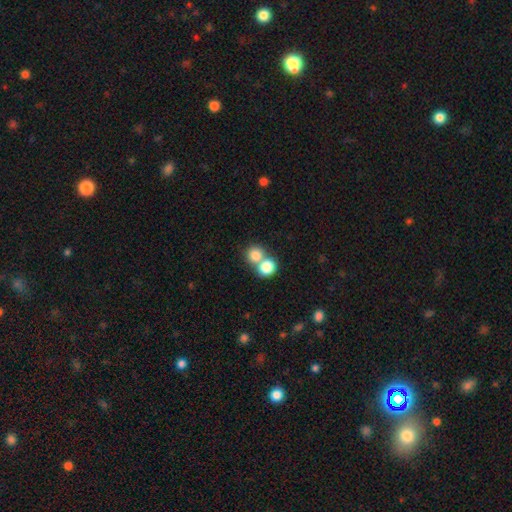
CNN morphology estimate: smooth 80%, featured or disk 10%, star or artifact 10%. Down the decision tree: how rounded — round (82%); merging — merger (55%).